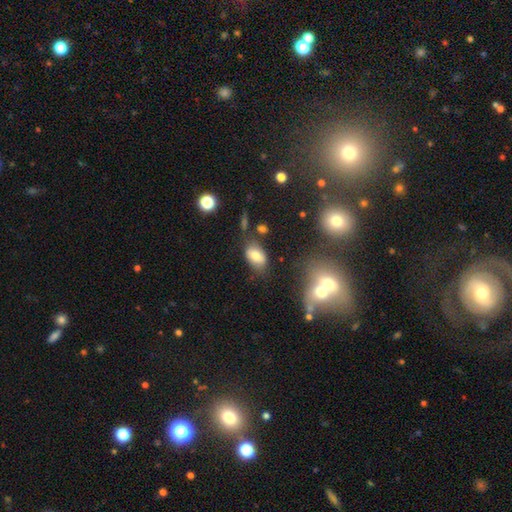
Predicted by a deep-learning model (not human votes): This appears to be a smooth galaxy with no disk features (75%) that is in between round and cigar-shaped (89%). Merging: none (69%).